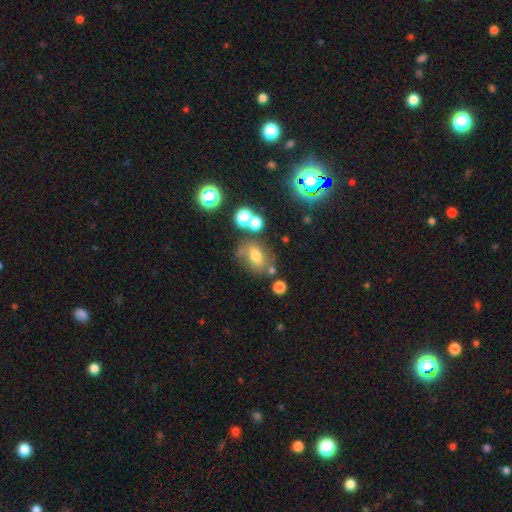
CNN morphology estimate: A smooth galaxy with no disk features (57%) that is in between round and cigar-shaped (55%). Merging: none (54%).